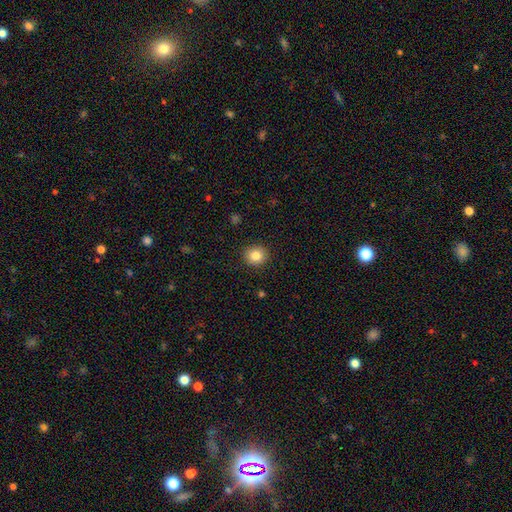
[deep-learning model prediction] Overall: smooth (84%). How rounded: round (88%). Merging: none (91%).